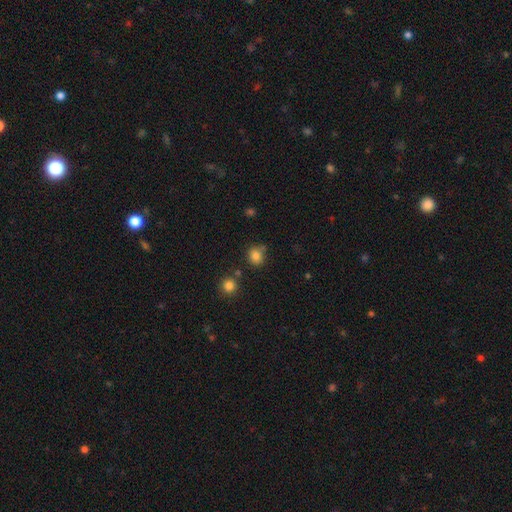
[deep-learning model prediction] Q: Smooth or featured?
A: smooth (82%); runner-up: star or artifact (13%)
Q: How rounded?
A: round (80%); runner-up: in between (19%)
Q: Merging?
A: none (72%); runner-up: minor disturbance (15%)